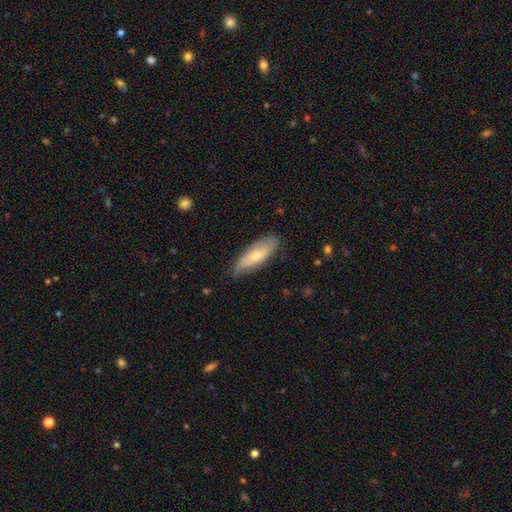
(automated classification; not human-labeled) A smooth galaxy with no disk features (54%) that is in between round and cigar-shaped (59%).

Vote fractions:
- Smooth or featured? smooth: 54% / featured or disk: 40% / star or artifact: 6%
- How rounded? in between: 59% / cigar-shaped: 39% / round: 2%
- Merging? none: 75% / minor disturbance: 20% / major disturbance: 4% / merger: 1%